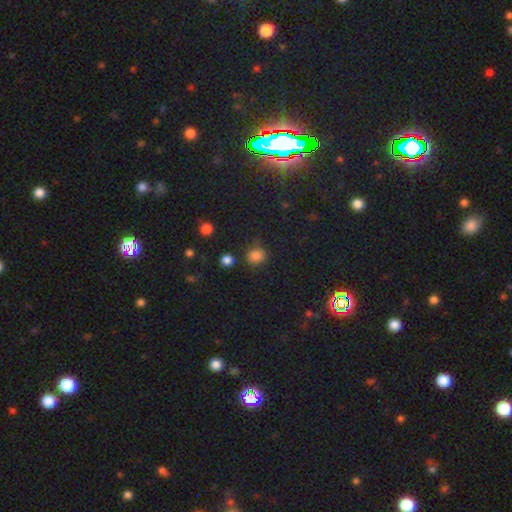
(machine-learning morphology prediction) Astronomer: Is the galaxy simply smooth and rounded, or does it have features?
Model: smooth — 80%.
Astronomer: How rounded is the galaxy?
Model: round — 77%.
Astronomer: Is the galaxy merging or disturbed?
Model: none — 75%.